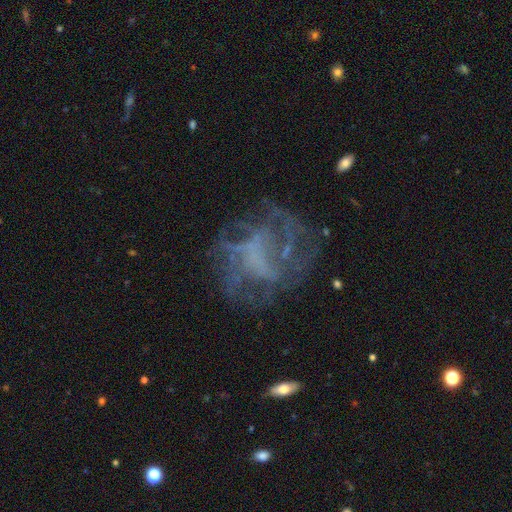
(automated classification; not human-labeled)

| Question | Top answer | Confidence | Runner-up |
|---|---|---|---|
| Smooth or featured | featured or disk | 71% | smooth (15%) |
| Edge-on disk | no | 98% | yes (2%) |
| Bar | no | 70% | weak (23%) |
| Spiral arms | yes | 56% | no (44%) |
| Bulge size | none | 72% | small (14%) |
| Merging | none | 57% | major disturbance (25%) |